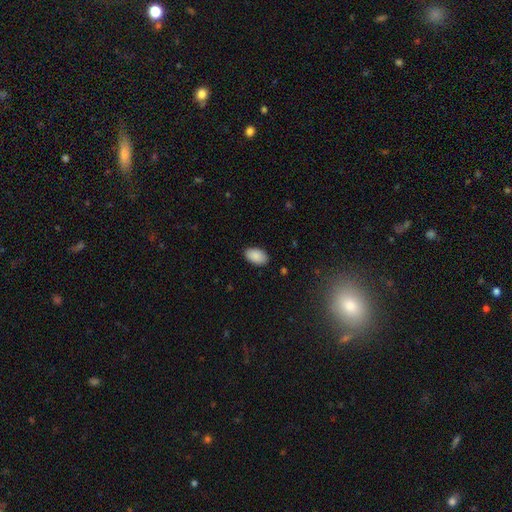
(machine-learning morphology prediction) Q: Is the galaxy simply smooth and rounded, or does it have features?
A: smooth — 89%.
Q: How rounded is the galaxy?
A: in between — 94%.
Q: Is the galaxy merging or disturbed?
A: none — 87%.